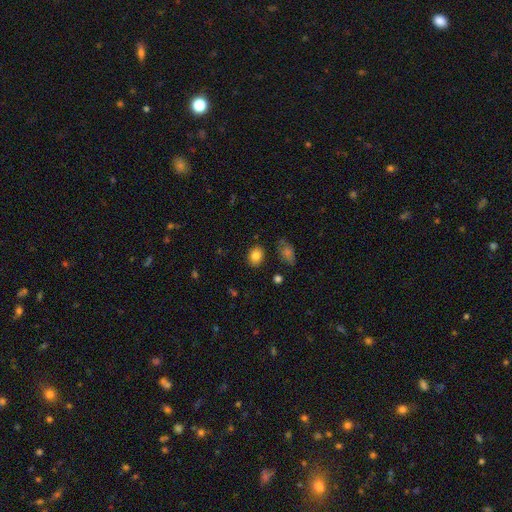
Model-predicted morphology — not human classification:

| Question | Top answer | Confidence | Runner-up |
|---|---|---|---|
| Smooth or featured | smooth | 83% | star or artifact (10%) |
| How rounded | in between | 55% | round (43%) |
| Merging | none | 85% | minor disturbance (10%) |